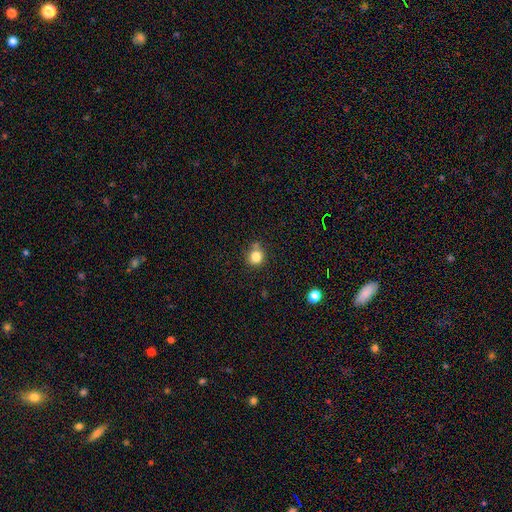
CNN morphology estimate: smooth_or_featured: smooth (p=0.82) [alt: star or artifact p=0.12]
how_rounded: round (p=0.81) [alt: in between p=0.18]
merging: none (p=0.62) [alt: minor disturbance p=0.19]